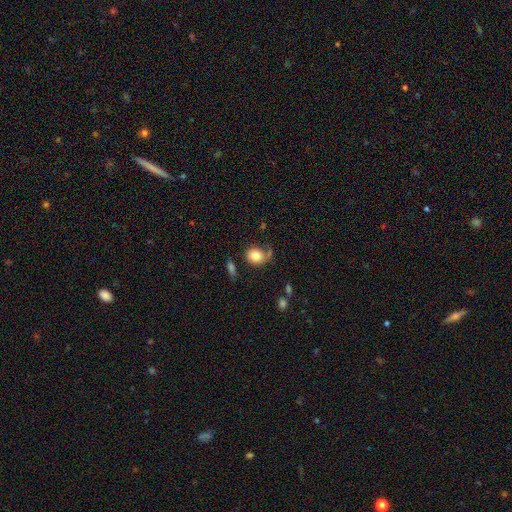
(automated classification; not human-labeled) This appears to be a smooth galaxy with no disk features (78%) that is round (54%). Merging: none (54%).